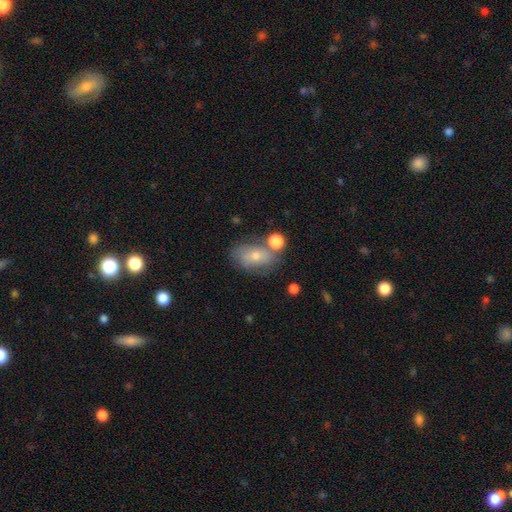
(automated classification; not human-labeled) This appears to be a smooth galaxy with no disk features (54%) that is in between round and cigar-shaped (79%). Merging: none (55%).